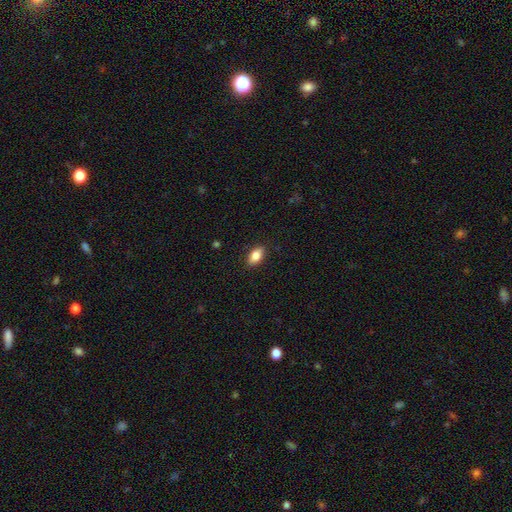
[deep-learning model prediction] smooth_or_featured: smooth (p=0.84) [alt: featured or disk p=0.09]
how_rounded: in between (p=0.89) [alt: round p=0.06]
merging: none (p=0.88) [alt: minor disturbance p=0.09]